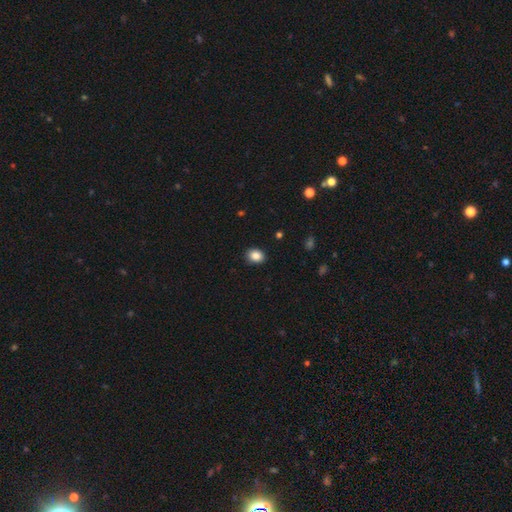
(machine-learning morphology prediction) smooth-or-featured: smooth: 87% | star or artifact: 9% | featured or disk: 4%
  how-rounded: in between: 52% | round: 47% | cigar-shaped: 1%
  merging: none: 90% | minor disturbance: 7% | major disturbance: 2% | merger: 1%